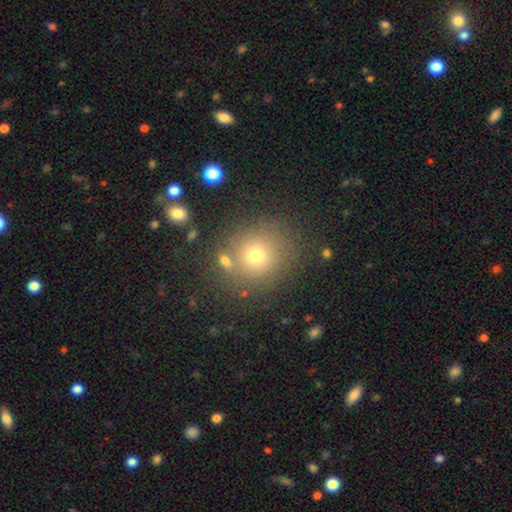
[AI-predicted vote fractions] smooth 69%, star or artifact 19%, featured or disk 11%. Down the decision tree: how rounded — round (86%); merging — none (79%).